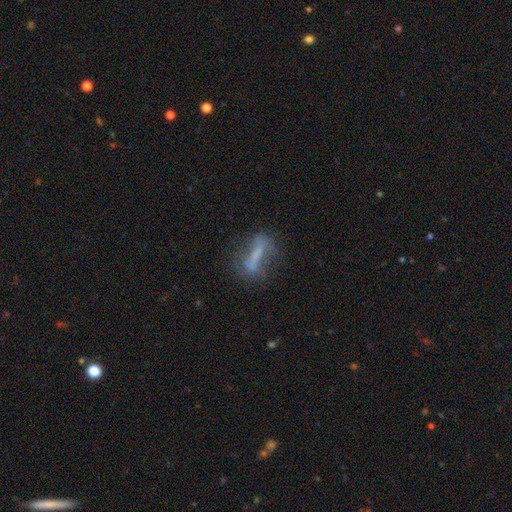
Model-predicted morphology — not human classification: Smooth or featured?
  - featured or disk: 54% *
  - smooth: 34%
  - star or artifact: 12%
Edge-on disk?
  - no: 76% *
  - yes: 24%
Merging?
  - none: 59% *
  - minor disturbance: 21%
  - major disturbance: 16%
  - merger: 4%